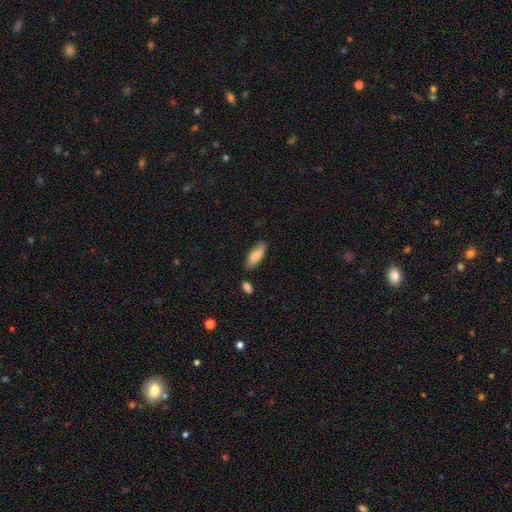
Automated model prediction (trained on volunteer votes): This appears to be a smooth galaxy with no disk features (84%) that is in between round and cigar-shaped (76%). Merging: none (76%).